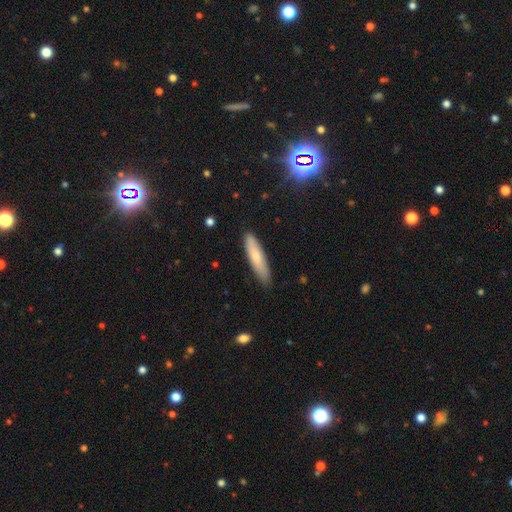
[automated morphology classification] Q: Smooth or featured?
A: smooth (71%); runner-up: featured or disk (23%)
Q: How rounded?
A: cigar-shaped (81%); runner-up: in between (18%)
Q: Merging?
A: none (85%); runner-up: minor disturbance (12%)